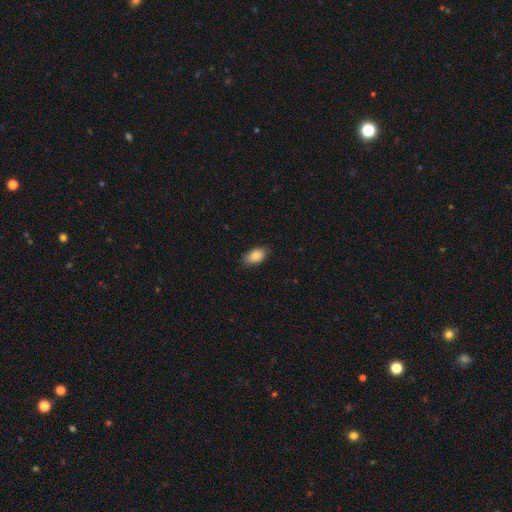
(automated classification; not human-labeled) Smooth or featured? smooth (87%)
How rounded? in between (92%)
Merging? none (82%)